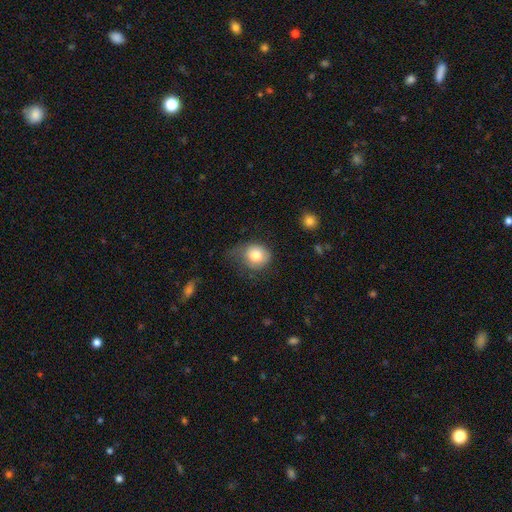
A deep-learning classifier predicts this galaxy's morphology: type=smooth (79%); roundness=round (75%); merging=none (49%).